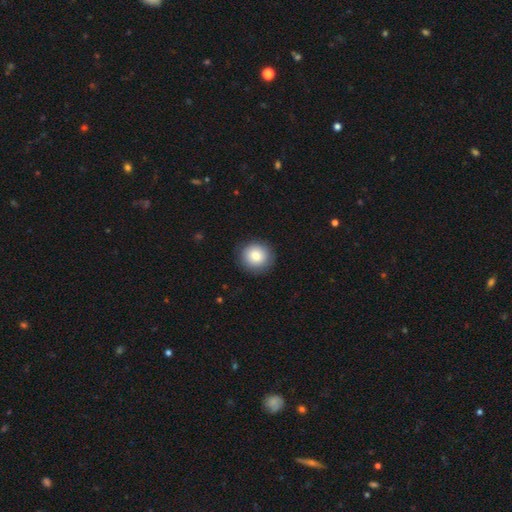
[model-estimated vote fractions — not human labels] smooth_or_featured: smooth (p=0.83) [alt: featured or disk p=0.09]
how_rounded: round (p=0.92) [alt: in between p=0.07]
merging: none (p=0.90) [alt: minor disturbance p=0.07]